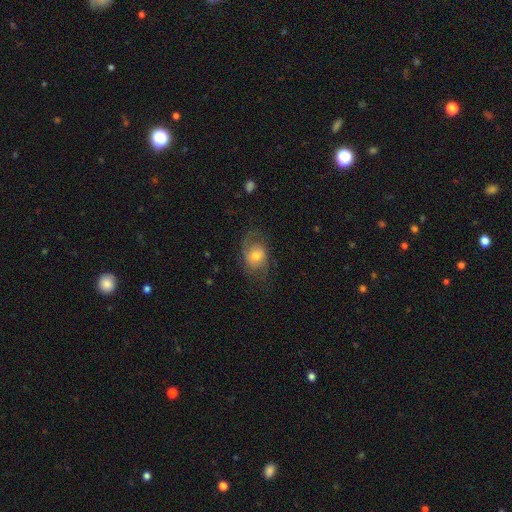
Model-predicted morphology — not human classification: This appears to be a featured or disk galaxy (51%). Merging: none (59%).